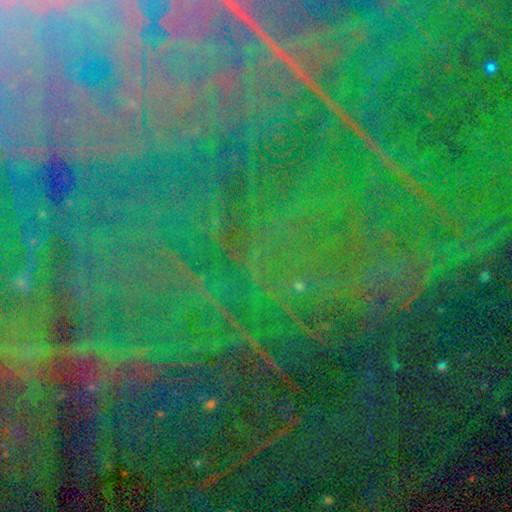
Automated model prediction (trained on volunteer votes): A star or artifact, not a galaxy (87%).